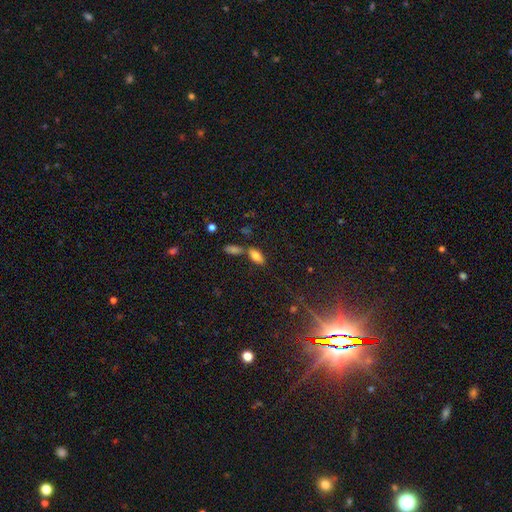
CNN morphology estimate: A smooth galaxy with no disk features (78%) that is in between round and cigar-shaped (87%).

Vote fractions:
- Smooth or featured? smooth: 78% / featured or disk: 12% / star or artifact: 10%
- How rounded? in between: 87% / cigar-shaped: 10% / round: 3%
- Merging? none: 61% / merger: 23% / minor disturbance: 12% / major disturbance: 4%